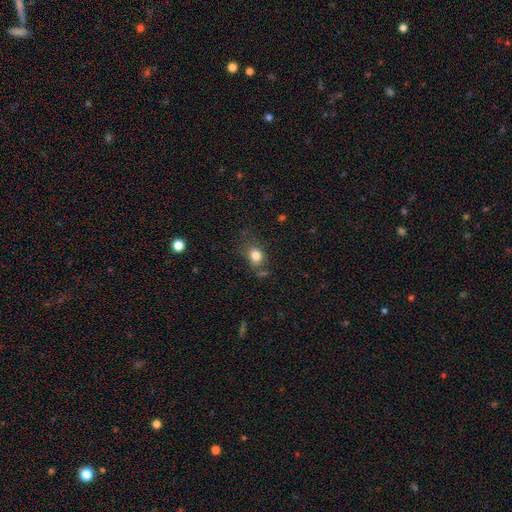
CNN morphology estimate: smooth 79%, star or artifact 12%, featured or disk 9%. Down the decision tree: how rounded — in between (56%); merging — none (52%).